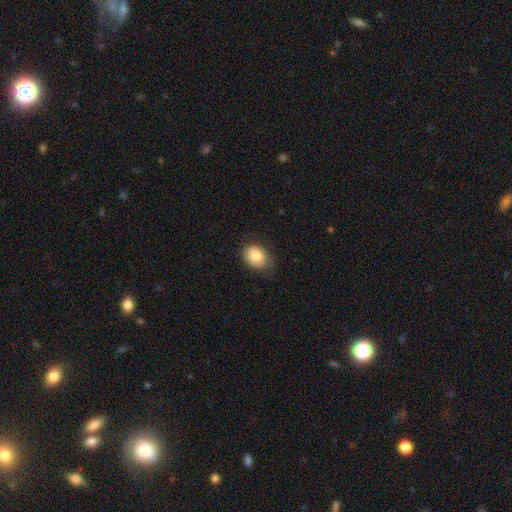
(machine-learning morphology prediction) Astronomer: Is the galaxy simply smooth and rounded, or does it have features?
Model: smooth — 83%.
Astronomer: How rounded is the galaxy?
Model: in between — 58% (runner-up: round, 41%).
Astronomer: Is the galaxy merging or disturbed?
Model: none — 71%.